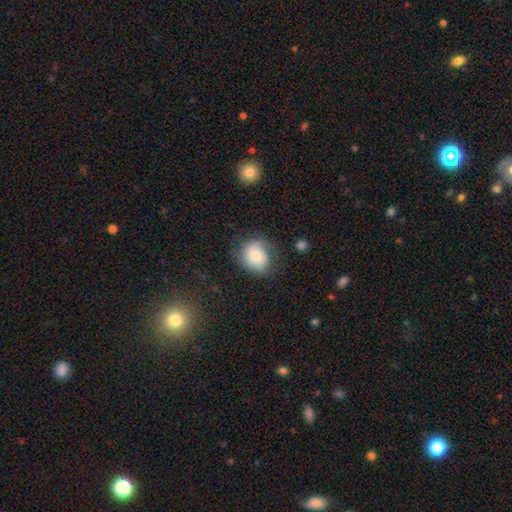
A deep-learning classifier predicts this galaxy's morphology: smooth 64%, featured or disk 27%, star or artifact 9%. Down the decision tree: how rounded — round (67%); merging — none (64%).